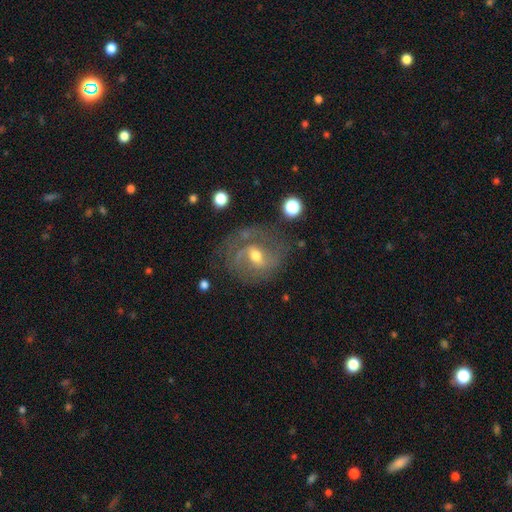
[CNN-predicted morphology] Q: Smooth or featured?
A: featured or disk (78%); runner-up: smooth (15%)
Q: Edge-on disk?
A: no (96%); runner-up: yes (4%)
Q: Bar?
A: weak (53%); runner-up: strong (25%)
Q: Spiral arms?
A: yes (86%); runner-up: no (14%)
Q: Spiral winding?
A: medium (48%); runner-up: tight (32%)
Q: Spiral arm count?
A: 2 (67%); runner-up: can't tell (16%)
Q: Bulge size?
A: moderate (66%); runner-up: small (28%)
Q: Merging?
A: none (64%); runner-up: minor disturbance (19%)